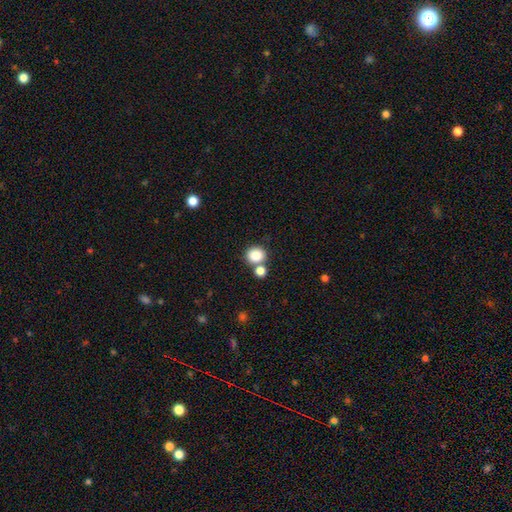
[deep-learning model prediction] Smooth or featured?
  - smooth: 85% *
  - star or artifact: 10%
  - featured or disk: 5%
How rounded?
  - round: 78% *
  - in between: 21%
  - cigar-shaped: 1%
Merging?
  - none: 61% *
  - merger: 28%
  - minor disturbance: 8%
  - major disturbance: 3%